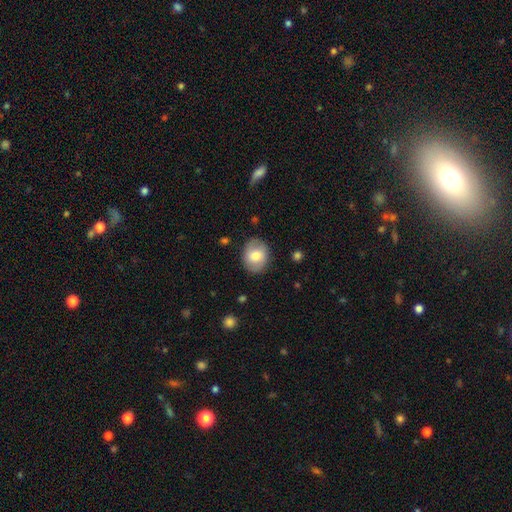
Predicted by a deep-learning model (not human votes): Q: Smooth or featured?
A: smooth (72%); runner-up: featured or disk (21%)
Q: How rounded?
A: round (53%); runner-up: in between (47%)
Q: Merging?
A: none (84%); runner-up: minor disturbance (12%)